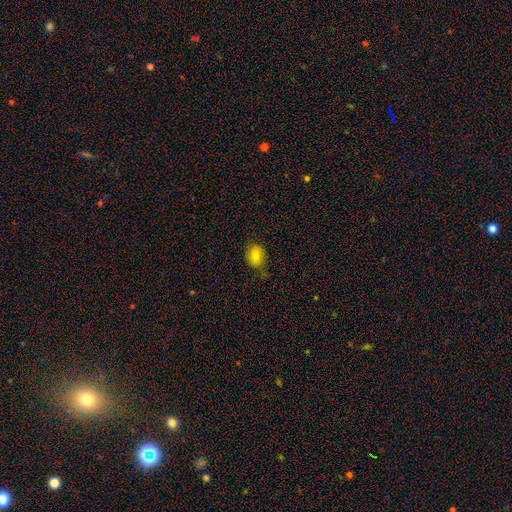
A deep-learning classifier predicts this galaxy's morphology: Overall: smooth (79%). How rounded: in between (57%; round 42%). Merging: none (69%).